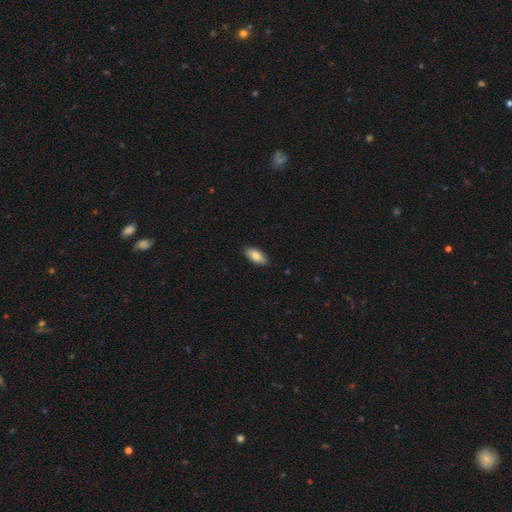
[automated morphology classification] A smooth galaxy with no disk features (81%) that is in between round and cigar-shaped (88%). Merging: none (88%).